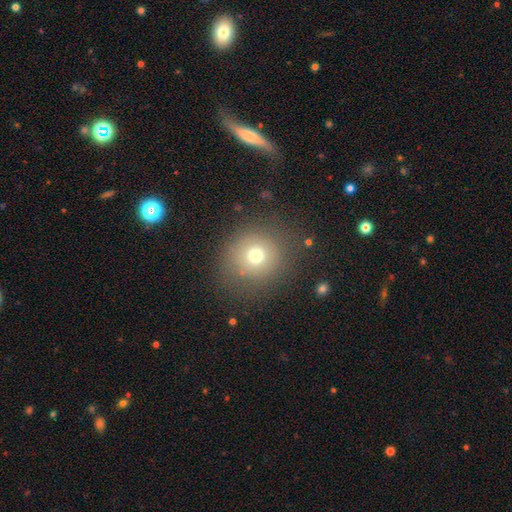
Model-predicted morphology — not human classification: The model was most divided on "smooth or featured": smooth: 70%, star or artifact: 17%, featured or disk: 13%. More confident: how rounded — round (89%); merging — none (81%).